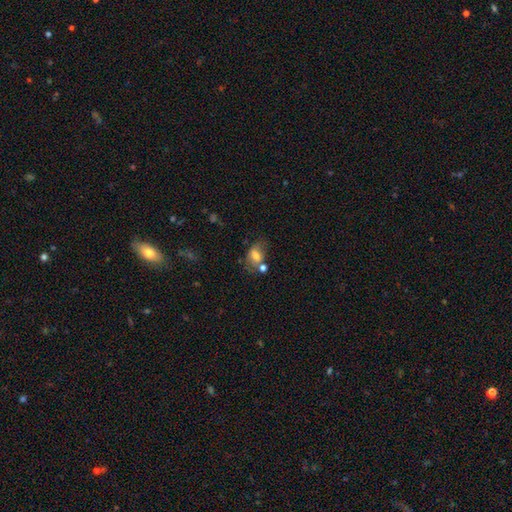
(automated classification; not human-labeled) A smooth galaxy with no disk features (64%) that is in between round and cigar-shaped (78%). Merging: none (40%).